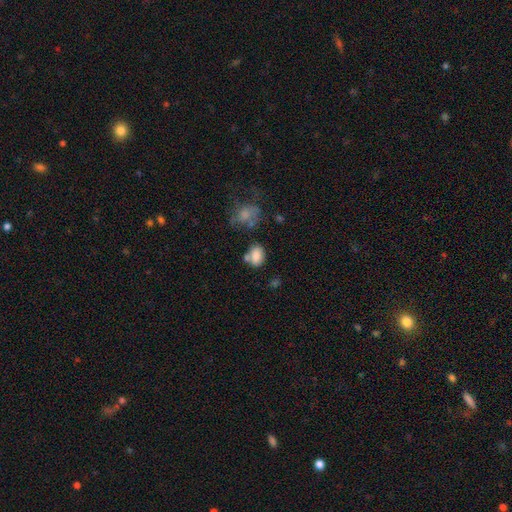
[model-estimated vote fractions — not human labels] This appears to be a smooth galaxy with no disk features (81%) that is in between round and cigar-shaped (78%). Merging: none (52%).